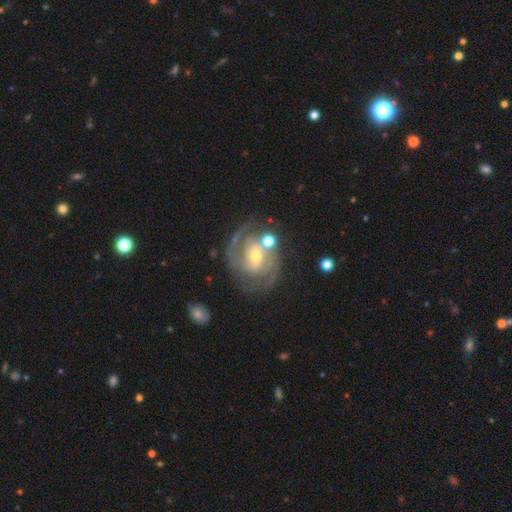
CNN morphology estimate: type=featured or disk (89%); edge-on=no (97%); bar=no (45%); spiral arms=yes (97%); winding=tight (54%); arm count=2 (62%); bulge=small (51%); merging=none (70%).